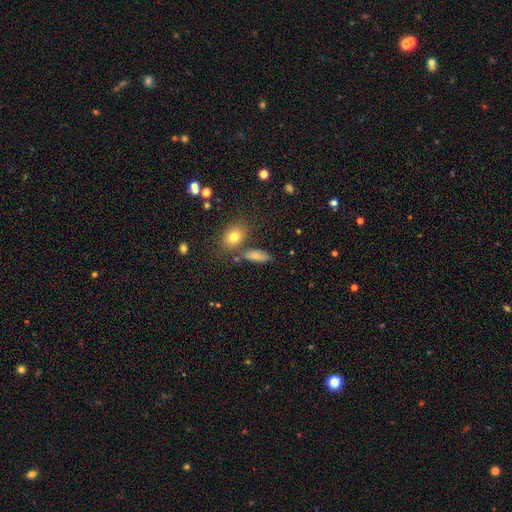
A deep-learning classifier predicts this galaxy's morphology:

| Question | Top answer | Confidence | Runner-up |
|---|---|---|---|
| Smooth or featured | smooth | 77% | star or artifact (11%) |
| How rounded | in between | 65% | cigar-shaped (27%) |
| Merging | none | 71% | minor disturbance (14%) |